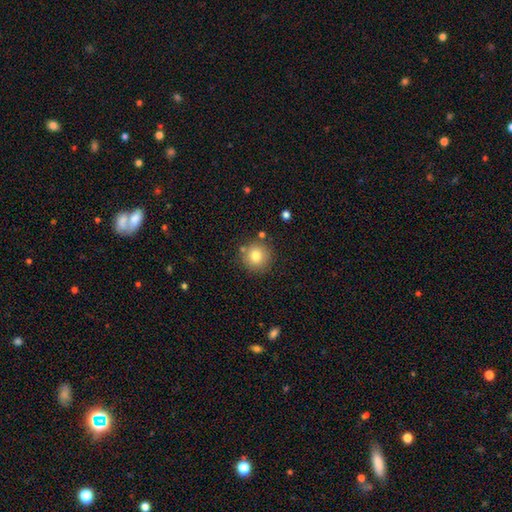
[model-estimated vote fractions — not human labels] Smooth or featured? Predicted: smooth (p=0.78). How rounded? Predicted: round (p=0.93). Merging? Predicted: none (p=0.83).